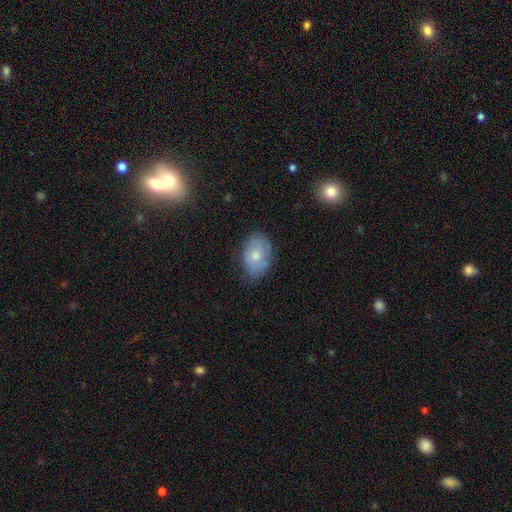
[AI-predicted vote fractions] Smooth or featured? smooth (67%)
How rounded? in between (85%)
Merging? none (68%)